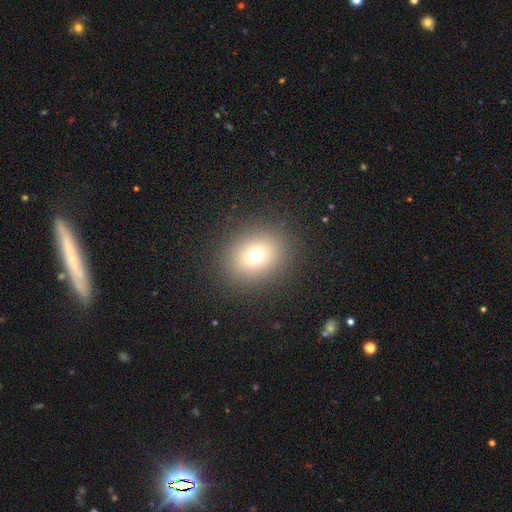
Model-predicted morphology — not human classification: This appears to be a smooth galaxy with no disk features (69%) that is round (67%). Merging: none (88%).